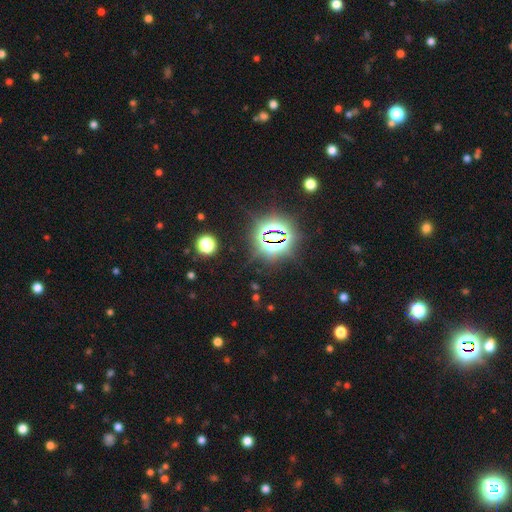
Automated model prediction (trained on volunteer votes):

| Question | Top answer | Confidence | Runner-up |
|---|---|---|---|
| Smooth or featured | star or artifact | 84% | smooth (10%) |